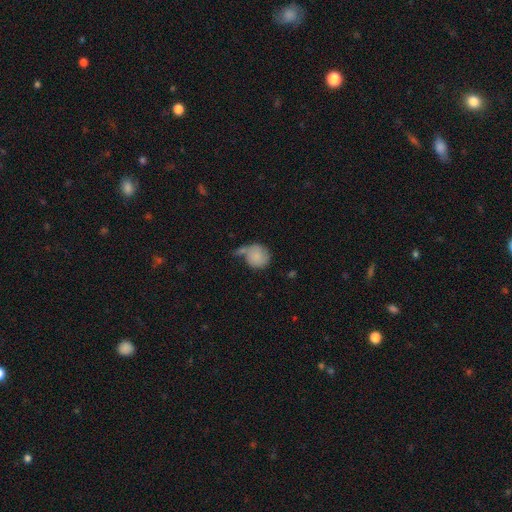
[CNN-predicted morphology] Smooth or featured? Predicted: smooth (p=0.75). How rounded? Predicted: round (p=0.80). Merging? Predicted: none (p=0.37).